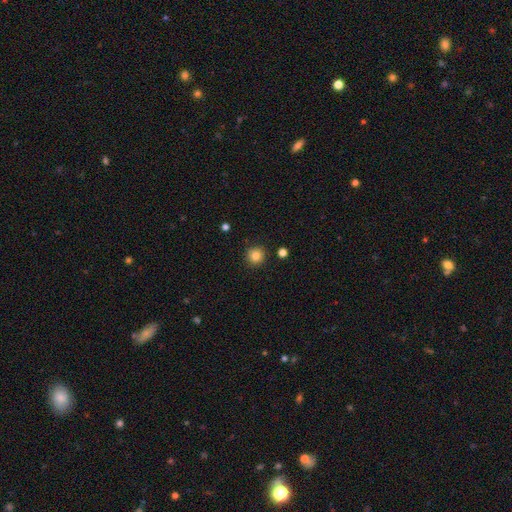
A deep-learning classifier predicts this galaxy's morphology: type=smooth (84%); roundness=round (94%); merging=none (89%).